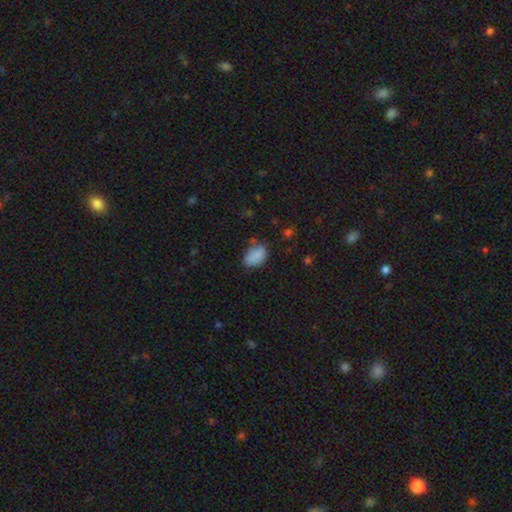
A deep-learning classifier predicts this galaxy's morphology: A smooth galaxy with no disk features (84%) that is in between round and cigar-shaped (85%). Merging: none (59%).